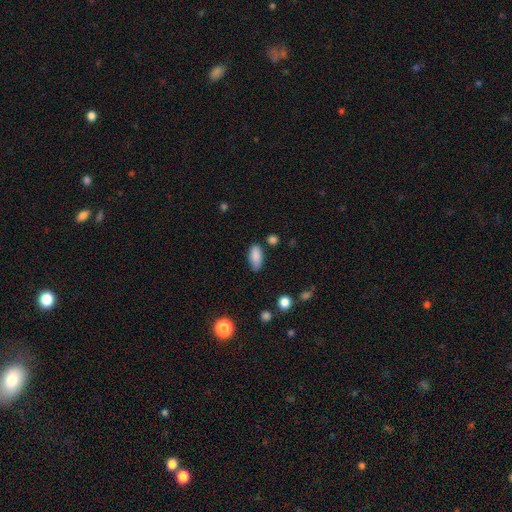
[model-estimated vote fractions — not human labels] Morphology: type=smooth (86%); roundness=in between (89%); merging=none (70%).